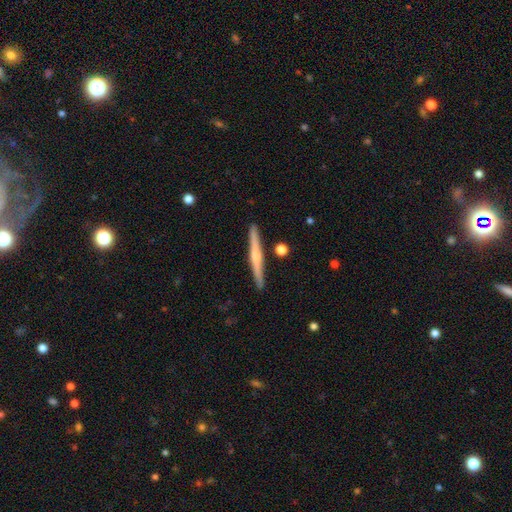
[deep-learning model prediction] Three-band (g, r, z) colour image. It shows a featured or disk galaxy (62%) viewed edge-on (98%) with a rounded central bulge (67%). Merging: none (90%).